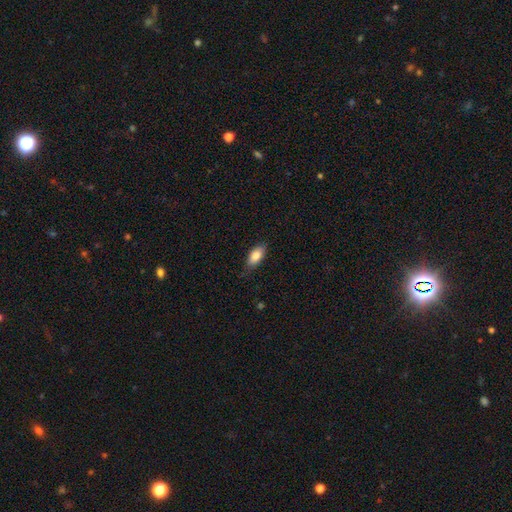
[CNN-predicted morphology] Q: Smooth or featured?
A: smooth (83%); runner-up: featured or disk (10%)
Q: How rounded?
A: in between (88%); runner-up: cigar-shaped (9%)
Q: Merging?
A: none (78%); runner-up: minor disturbance (18%)